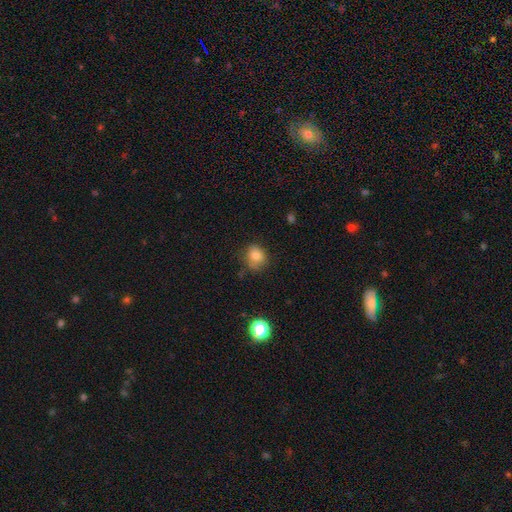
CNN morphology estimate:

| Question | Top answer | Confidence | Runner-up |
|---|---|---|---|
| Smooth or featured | smooth | 82% | star or artifact (11%) |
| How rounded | round | 68% | in between (31%) |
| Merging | none | 66% | minor disturbance (25%) |